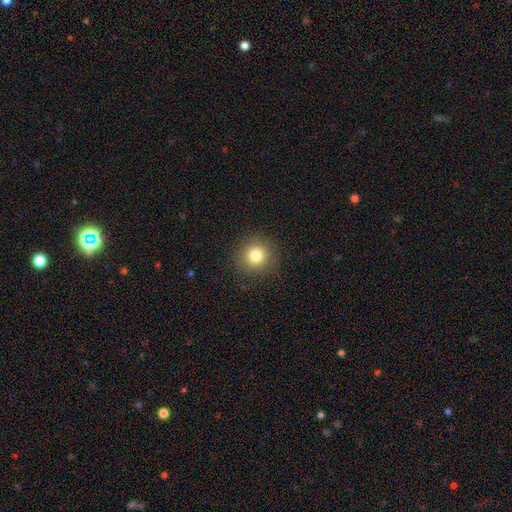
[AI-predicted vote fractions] smooth_or_featured: smooth (p=0.80) [alt: star or artifact p=0.12]
how_rounded: round (p=0.93) [alt: in between p=0.06]
merging: none (p=0.91) [alt: minor disturbance p=0.06]